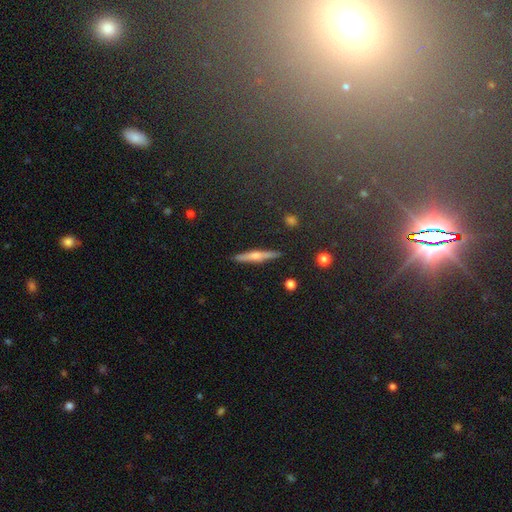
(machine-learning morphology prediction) This is possibly a featured or disk galaxy (59%). It is clearly viewed edge-on (96%). Edge-on bulge: clearly rounded (82%). Merging: clearly none (90%).